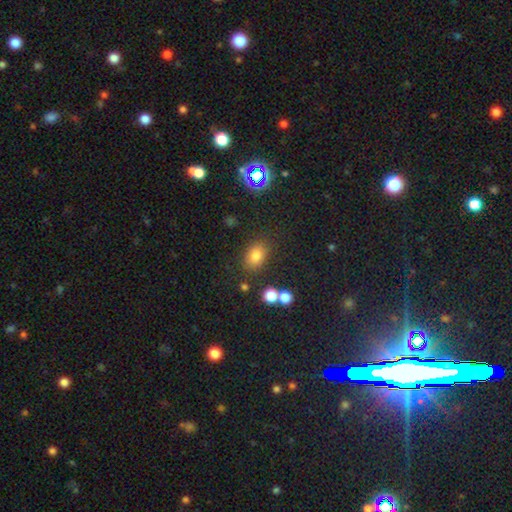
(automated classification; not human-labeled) The model was most divided on "how rounded": in between: 70%, round: 29%, cigar-shaped: 1%. More confident: merging — none (79%); smooth or featured — smooth (77%).